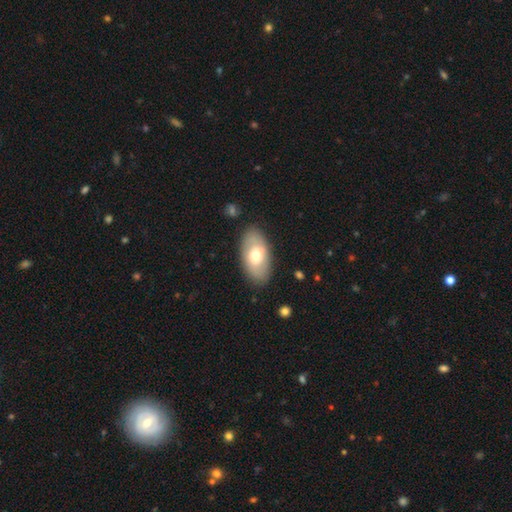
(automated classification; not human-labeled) A smooth galaxy with no disk features (62%) that is in between round and cigar-shaped (94%). Merging: none (83%).